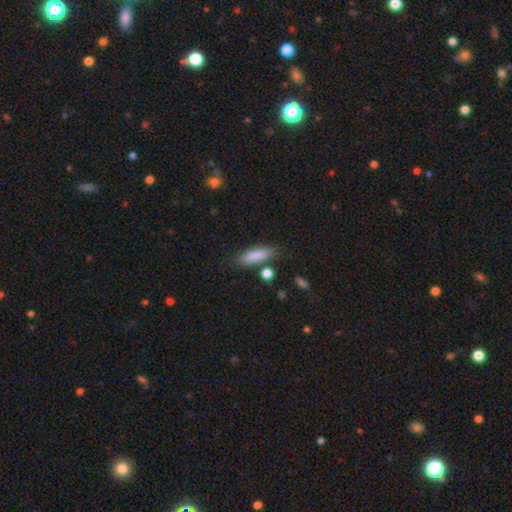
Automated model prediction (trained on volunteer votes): This appears to be a smooth galaxy with no disk features (85%) that is in between round and cigar-shaped (51%). Merging: none (76%).